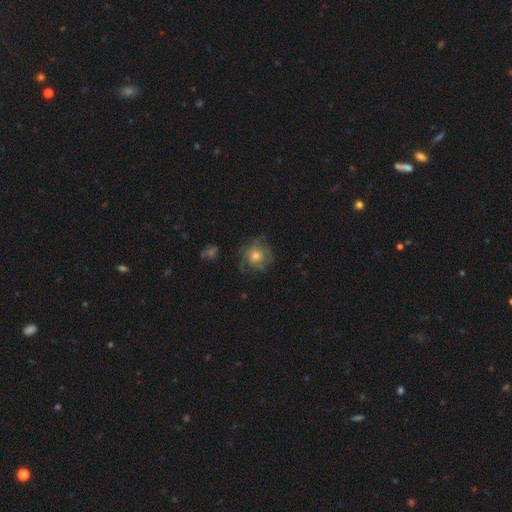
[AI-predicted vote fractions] This appears to be a featured or disk galaxy (46%). Merging: none (69%).